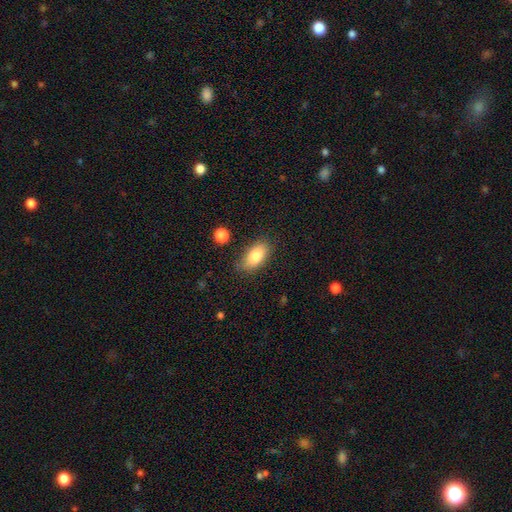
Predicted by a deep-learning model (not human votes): Smooth or featured? Predicted: smooth (p=0.80). How rounded? Predicted: in between (p=0.90). Merging? Predicted: none (p=0.80).